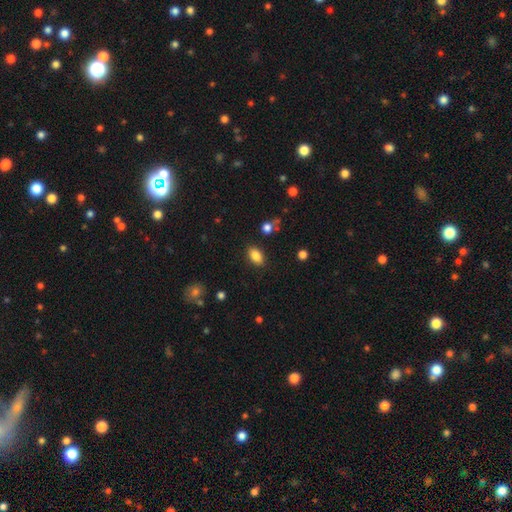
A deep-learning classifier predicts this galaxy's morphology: smooth-or-featured: smooth: 85% | star or artifact: 9% | featured or disk: 6%
  how-rounded: in between: 89% | round: 8% | cigar-shaped: 3%
  merging: none: 85% | minor disturbance: 10% | major disturbance: 3% | merger: 2%